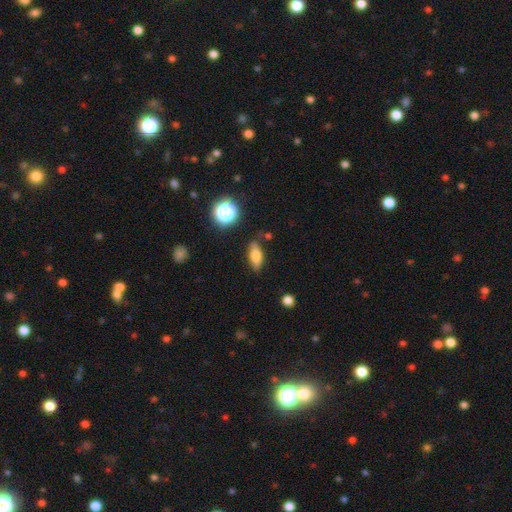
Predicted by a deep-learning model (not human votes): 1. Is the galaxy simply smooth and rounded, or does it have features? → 67% smooth, 23% featured or disk, 10% star or artifact.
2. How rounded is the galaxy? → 67% in between, 27% cigar-shaped, 7% round.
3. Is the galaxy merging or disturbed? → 79% none, 15% minor disturbance, 3% major disturbance, 3% merger.